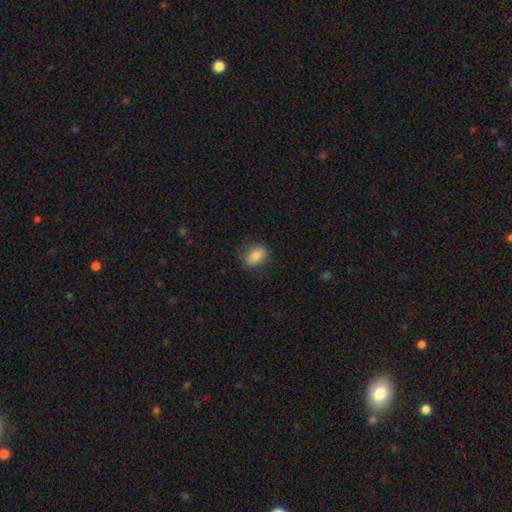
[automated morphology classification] A smooth galaxy with no disk features (81%) that is in between round and cigar-shaped (69%). Merging: none (78%).